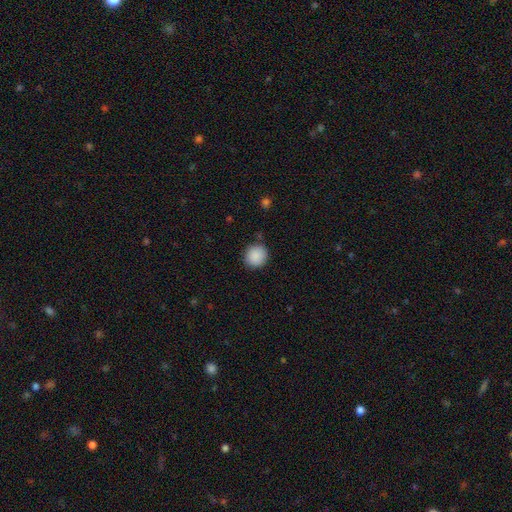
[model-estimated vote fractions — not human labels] Smooth or featured? smooth (89%)
How rounded? round (89%)
Merging? none (87%)